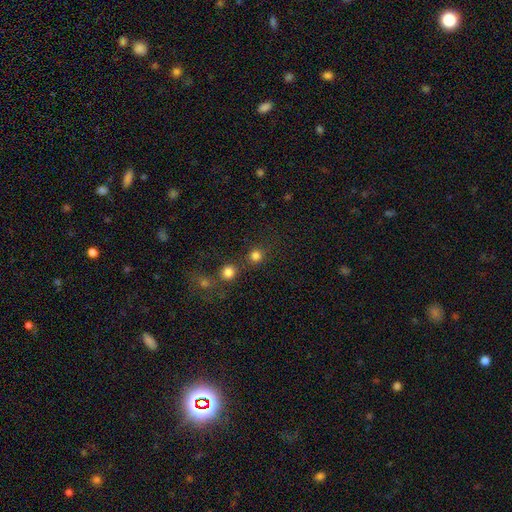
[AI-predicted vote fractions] Smooth or featured? Predicted: smooth (p=0.80). How rounded? Predicted: round (p=0.91). Merging? Predicted: none (p=0.73).